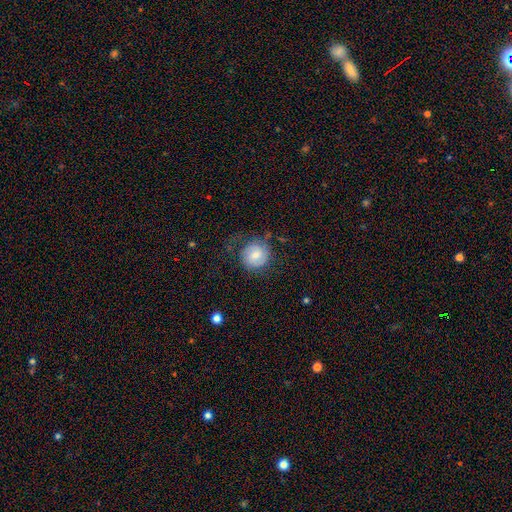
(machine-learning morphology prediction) smooth 61%, featured or disk 31%, star or artifact 8%. Down the decision tree: how rounded — round (89%); merging — none (61%).